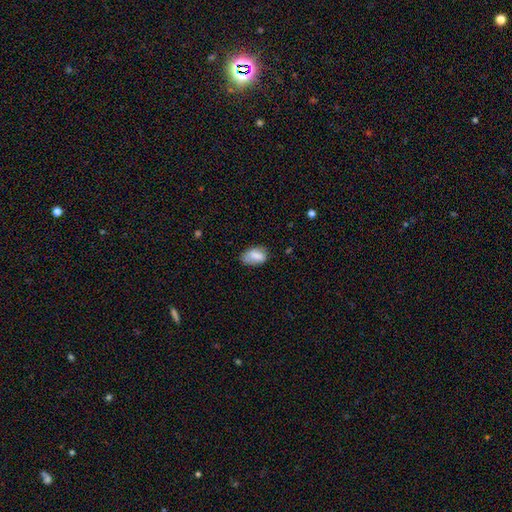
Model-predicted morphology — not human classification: Smooth or featured?
  - smooth: 79% *
  - featured or disk: 13%
  - star or artifact: 8%
How rounded?
  - in between: 89% *
  - round: 8%
  - cigar-shaped: 2%
Merging?
  - none: 63% *
  - minor disturbance: 28%
  - major disturbance: 7%
  - merger: 2%